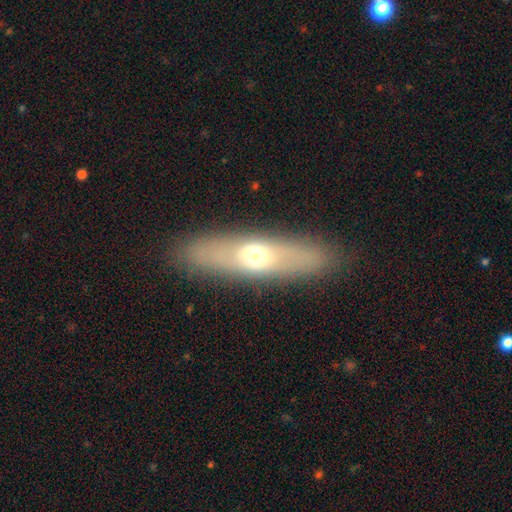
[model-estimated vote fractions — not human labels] smooth-or-featured: smooth: 53% | featured or disk: 40% | star or artifact: 8%
  how-rounded: cigar-shaped: 56% | in between: 40% | round: 4%
  merging: none: 87% | minor disturbance: 8% | major disturbance: 3% | merger: 1%